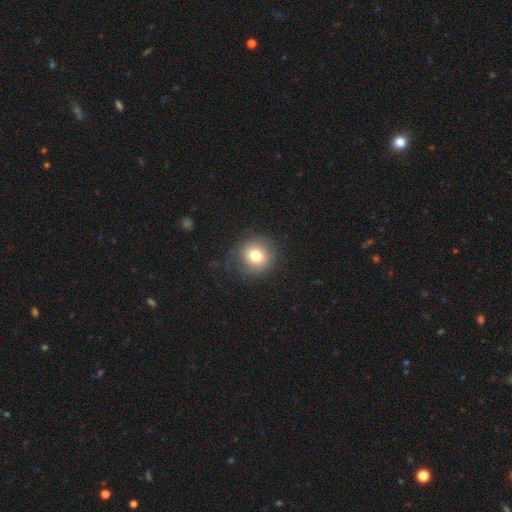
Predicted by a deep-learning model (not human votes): The model was most divided on "smooth or featured": smooth: 76%, featured or disk: 13%, star or artifact: 11%. More confident: how rounded — round (90%); merging — none (81%).